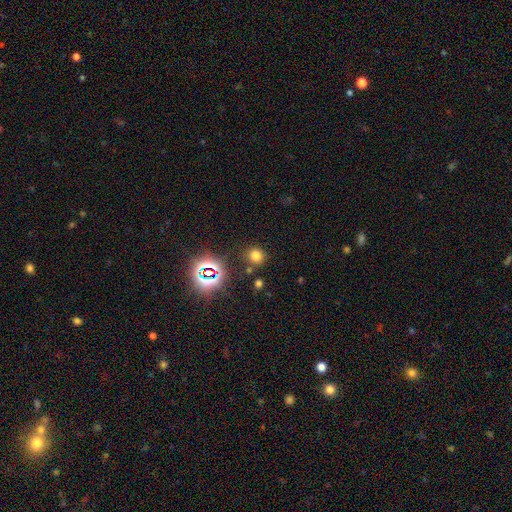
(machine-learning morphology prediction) A smooth galaxy with no disk features (68%) that is round (86%). Merging: none (80%).